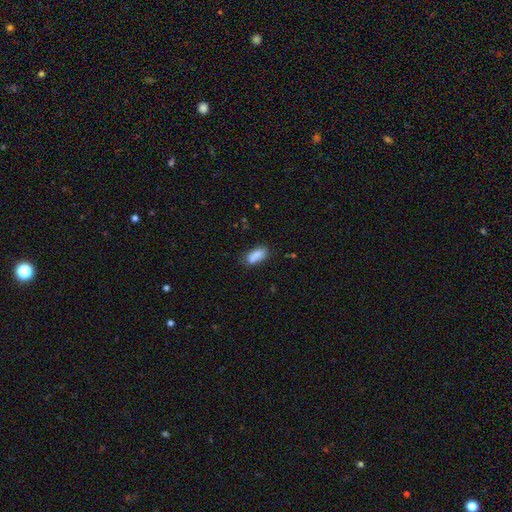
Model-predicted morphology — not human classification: type=smooth (85%); roundness=in between (85%); merging=none (67%).